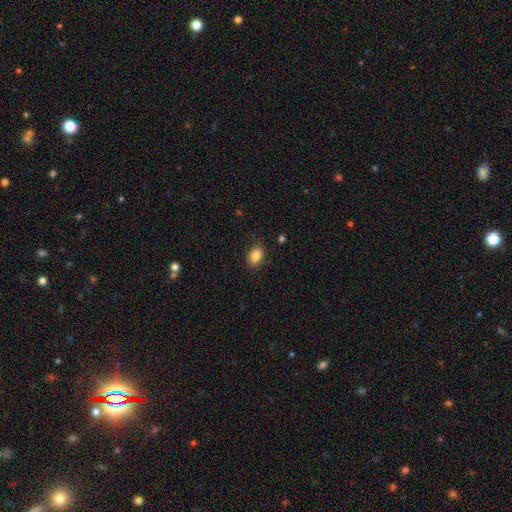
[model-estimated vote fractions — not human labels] This is clearly a smooth galaxy (87%). How rounded: clearly in between (84%). Merging: clearly none (87%).